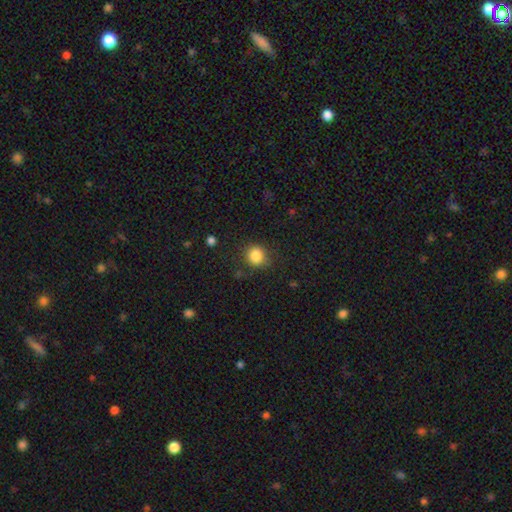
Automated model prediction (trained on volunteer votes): Smooth or featured: smooth — 85% (star or artifact — 11%)
How rounded: round — 85% (in between — 14%)
Merging: none — 80% (minor disturbance — 13%)